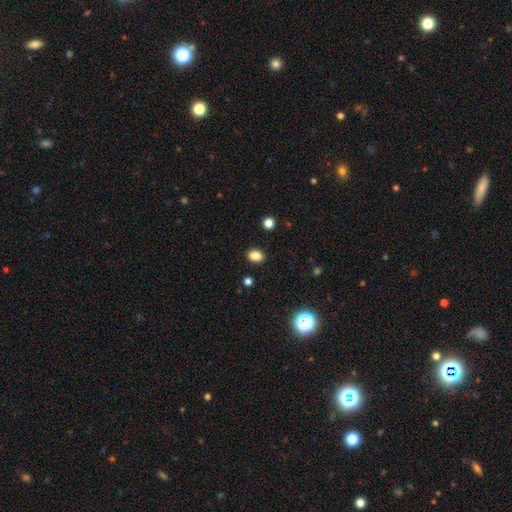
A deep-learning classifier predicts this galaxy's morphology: Overall: smooth (85%). How rounded: in between (75%). Merging: none (89%).